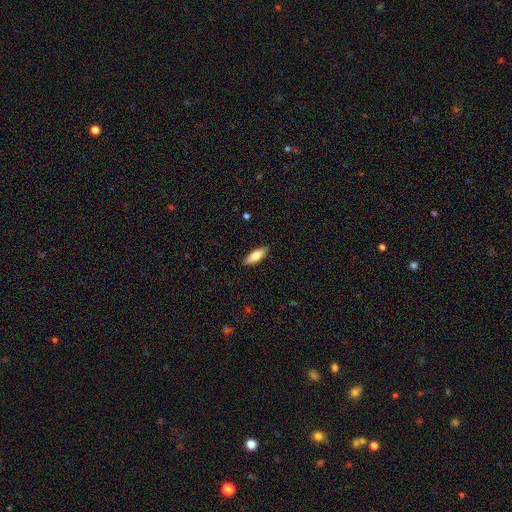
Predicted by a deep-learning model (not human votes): Smooth or featured?
  - smooth: 78% *
  - featured or disk: 16%
  - star or artifact: 6%
How rounded?
  - in between: 66% *
  - cigar-shaped: 33%
  - round: 2%
Merging?
  - none: 88% *
  - minor disturbance: 10%
  - major disturbance: 2%
  - merger: 1%